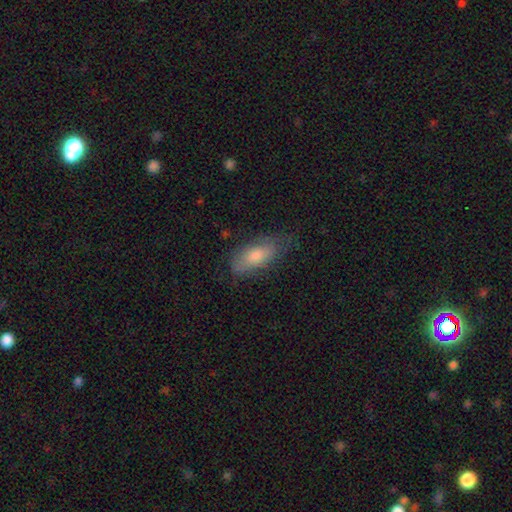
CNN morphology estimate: Q: Smooth or featured?
A: smooth (72%); runner-up: featured or disk (21%)
Q: How rounded?
A: in between (80%); runner-up: cigar-shaped (17%)
Q: Merging?
A: none (66%); runner-up: minor disturbance (25%)